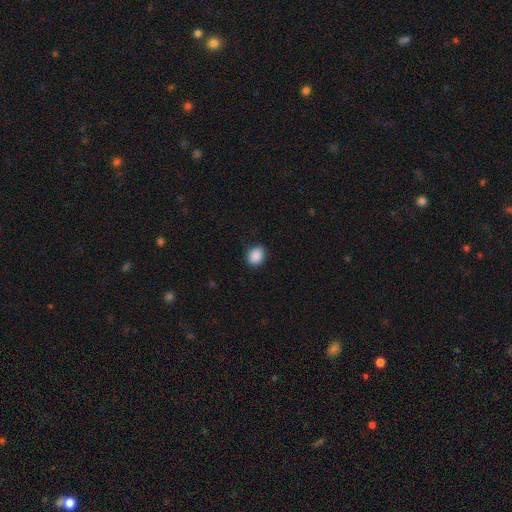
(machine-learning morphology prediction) This is clearly a smooth galaxy (90%). How rounded: possibly in between (50%). Merging: clearly none (89%).